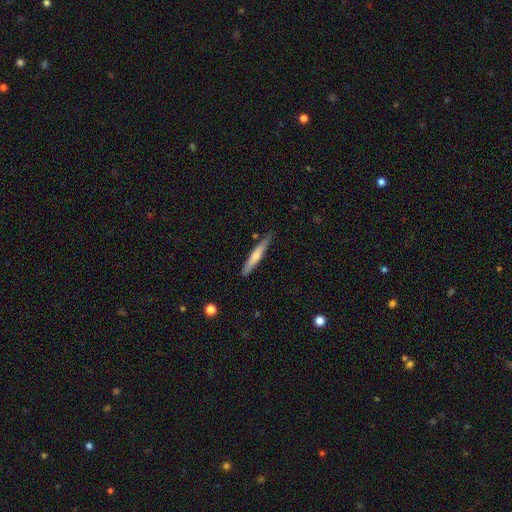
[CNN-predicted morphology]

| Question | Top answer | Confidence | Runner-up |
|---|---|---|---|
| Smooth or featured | smooth | 60% | featured or disk (34%) |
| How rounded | cigar-shaped | 93% | in between (5%) |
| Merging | none | 83% | minor disturbance (13%) |